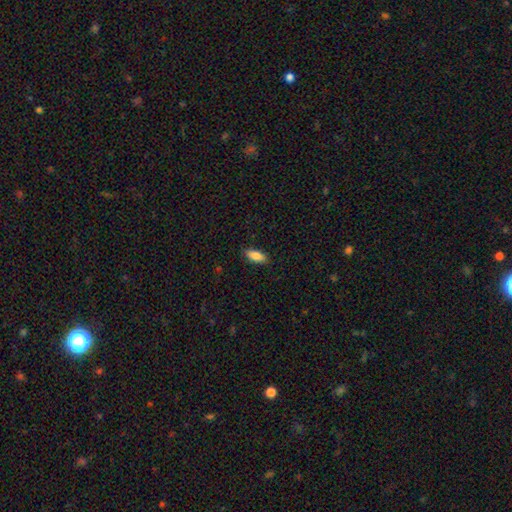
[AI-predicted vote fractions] The model was most divided on "how rounded": in between: 80%, cigar-shaped: 18%, round: 2%. More confident: merging — none (87%); smooth or featured — smooth (85%).